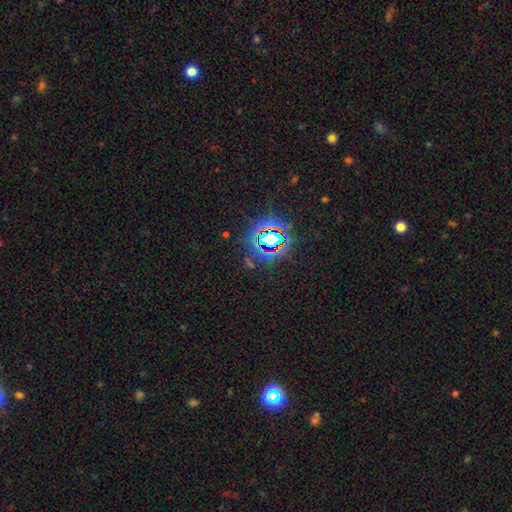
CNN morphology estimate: type=star or artifact (80%).